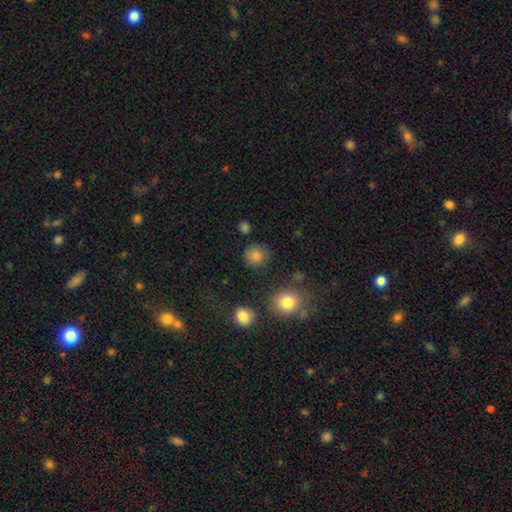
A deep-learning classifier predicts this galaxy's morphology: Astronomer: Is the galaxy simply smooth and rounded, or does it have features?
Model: smooth — 83%.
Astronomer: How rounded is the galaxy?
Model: round — 90%.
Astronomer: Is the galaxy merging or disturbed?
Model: none — 85%.